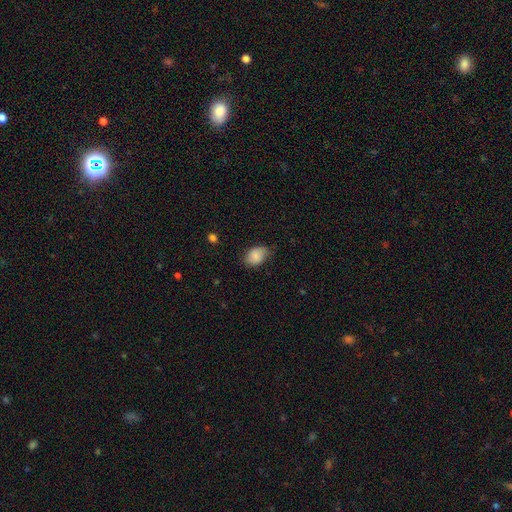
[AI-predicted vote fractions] A smooth galaxy with no disk features (83%) that is in between round and cigar-shaped (79%). Merging: none (68%).